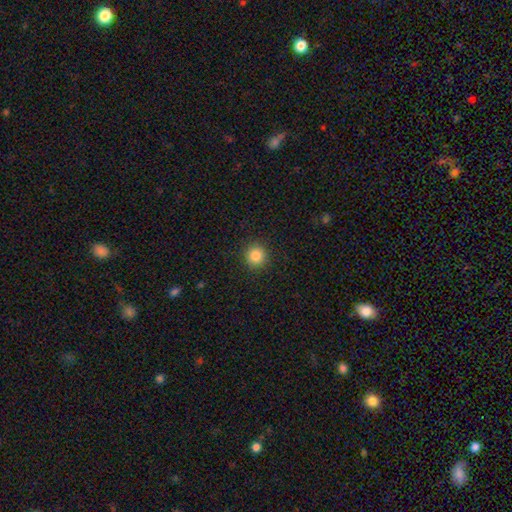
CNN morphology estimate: Smooth or featured?
  - smooth: 85% *
  - star or artifact: 11%
  - featured or disk: 4%
How rounded?
  - round: 93% *
  - in between: 6%
  - cigar-shaped: 1%
Merging?
  - none: 91% *
  - minor disturbance: 6%
  - major disturbance: 2%
  - merger: 1%